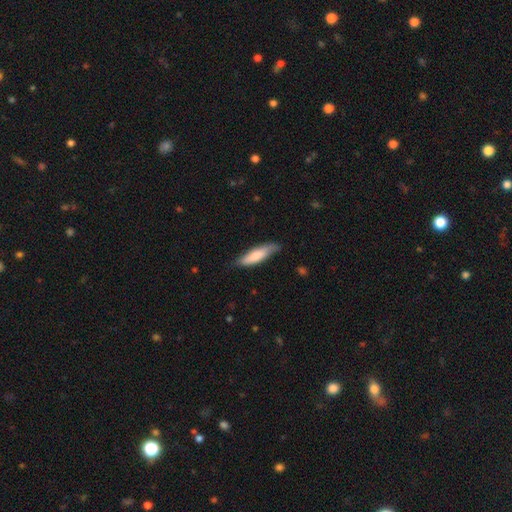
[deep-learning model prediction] A smooth galaxy with no disk features (76%) that is cigar-shaped (65%).

Vote fractions:
- Smooth or featured? smooth: 76% / featured or disk: 19% / star or artifact: 5%
- How rounded? cigar-shaped: 65% / in between: 34% / round: 1%
- Merging? none: 72% / minor disturbance: 23% / major disturbance: 4% / merger: 1%